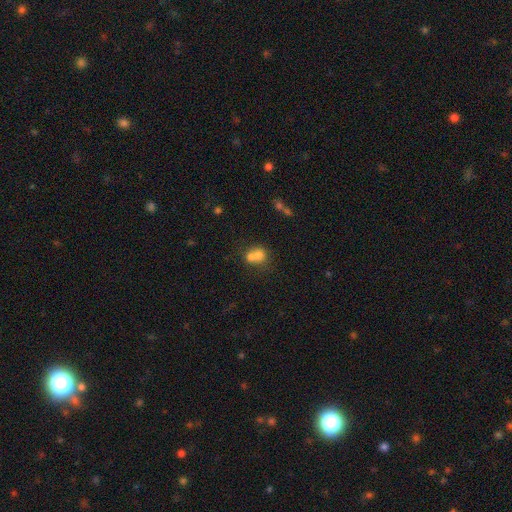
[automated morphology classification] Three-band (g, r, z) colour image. It shows a smooth galaxy with no disk features (68%) that is round (73%). Merging: merger (64%).